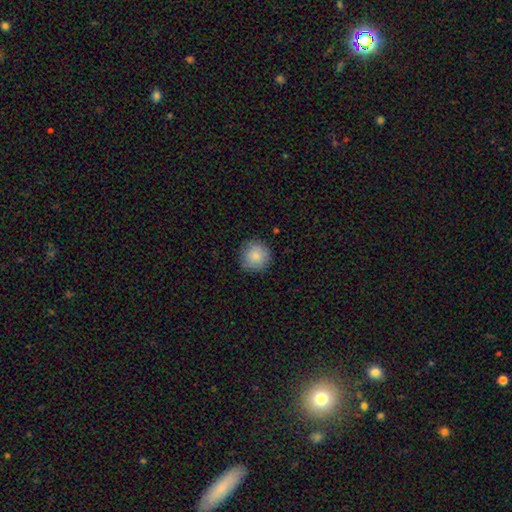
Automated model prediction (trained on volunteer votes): Overall: smooth (85%). How rounded: round (95%). Merging: none (89%).